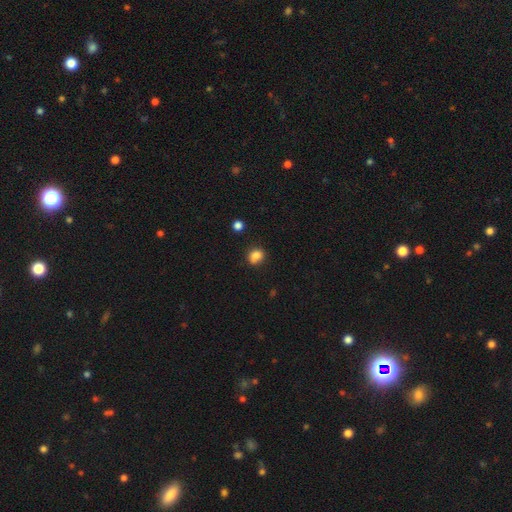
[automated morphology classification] A smooth galaxy with no disk features (83%) that is round (65%).

Vote fractions:
- Smooth or featured? smooth: 83% / star or artifact: 11% / featured or disk: 6%
- How rounded? round: 65% / in between: 34% / cigar-shaped: 1%
- Merging? none: 73% / minor disturbance: 18% / merger: 5% / major disturbance: 4%